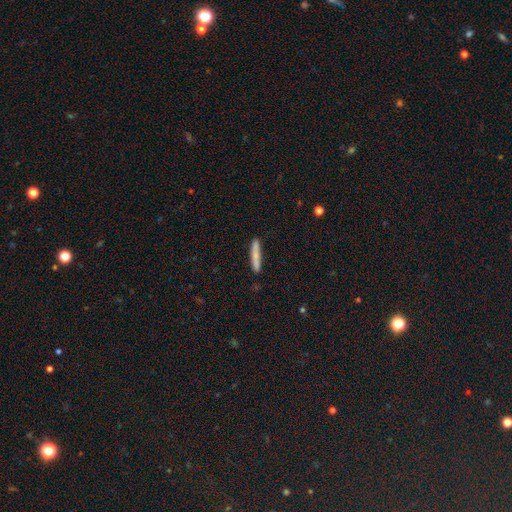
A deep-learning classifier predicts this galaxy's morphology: Smooth or featured?
  - smooth: 75% *
  - featured or disk: 19%
  - star or artifact: 6%
How rounded?
  - cigar-shaped: 92% *
  - in between: 7%
  - round: 1%
Merging?
  - none: 85% *
  - minor disturbance: 11%
  - merger: 2%
  - major disturbance: 2%